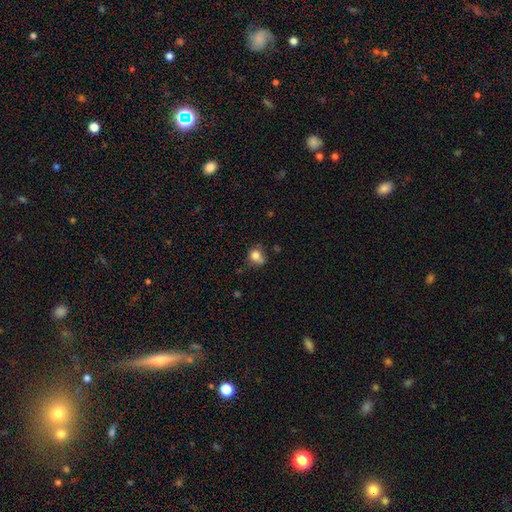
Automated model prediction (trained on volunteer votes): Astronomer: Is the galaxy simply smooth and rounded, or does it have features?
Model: smooth — 79%.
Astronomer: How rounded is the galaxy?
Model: round — 63%.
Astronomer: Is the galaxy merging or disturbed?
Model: none — 49% (runner-up: minor disturbance, 31%).